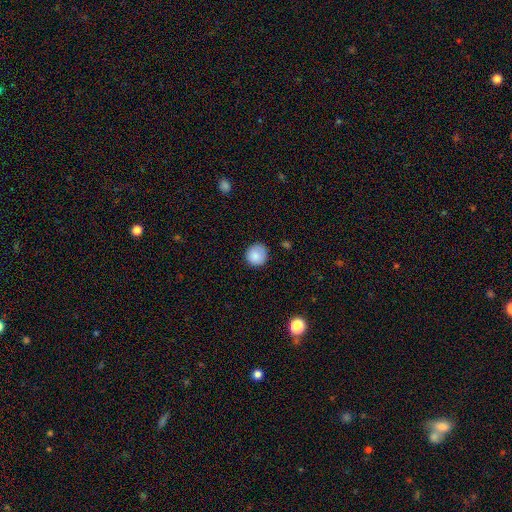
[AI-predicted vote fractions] Smooth or featured: smooth — 86% (star or artifact — 8%)
How rounded: round — 91% (in between — 8%)
Merging: none — 80% (minor disturbance — 15%)